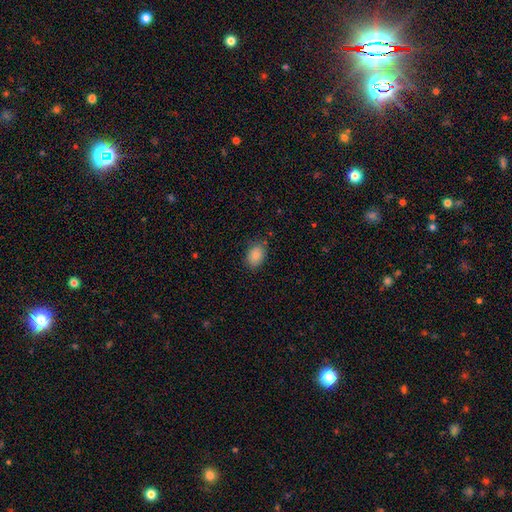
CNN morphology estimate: The model was most divided on "how rounded": in between: 81%, round: 18%, cigar-shaped: 1%. More confident: smooth or featured — smooth (87%); merging — none (81%).